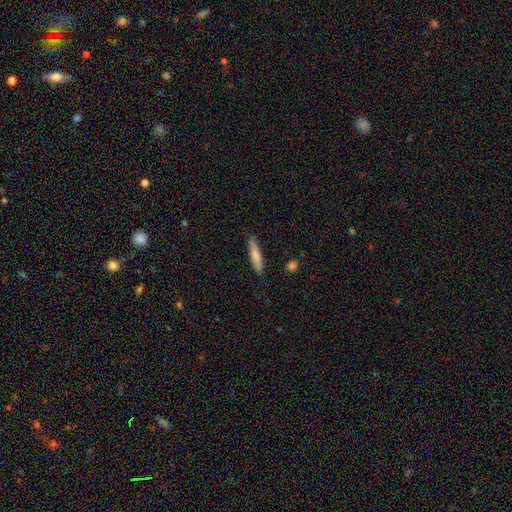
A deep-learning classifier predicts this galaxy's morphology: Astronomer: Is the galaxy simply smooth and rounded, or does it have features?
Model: smooth — 76%.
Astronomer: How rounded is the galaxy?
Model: cigar-shaped — 86%.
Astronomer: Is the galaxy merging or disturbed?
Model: none — 85%.